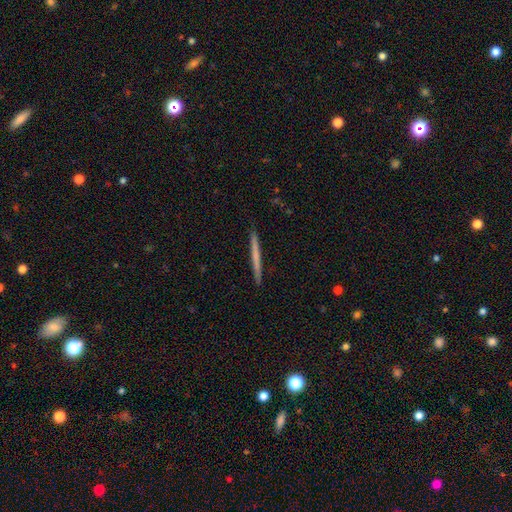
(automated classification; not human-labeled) Overall: smooth (52%; featured or disk 43%). How rounded: cigar-shaped (97%). Merging: none (92%).